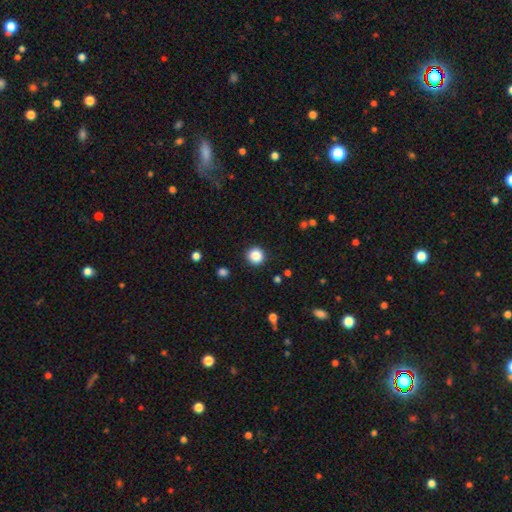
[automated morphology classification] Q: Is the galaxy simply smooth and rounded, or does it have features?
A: smooth — 86%.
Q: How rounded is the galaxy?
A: round — 94%.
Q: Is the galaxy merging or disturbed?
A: none — 92%.